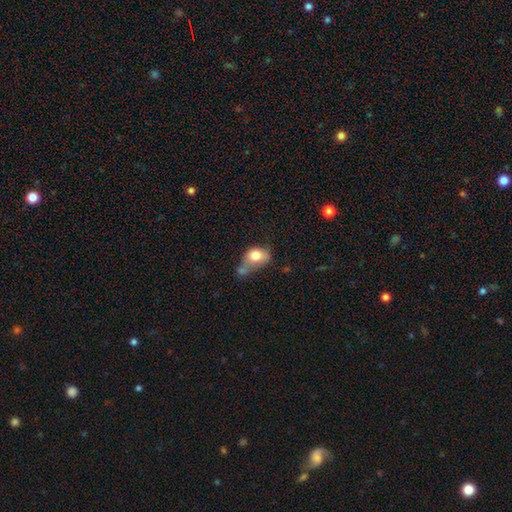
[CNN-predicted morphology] Q: Smooth or featured?
A: smooth (77%); runner-up: featured or disk (15%)
Q: How rounded?
A: in between (65%); runner-up: round (34%)
Q: Merging?
A: merger (46%); runner-up: none (20%)